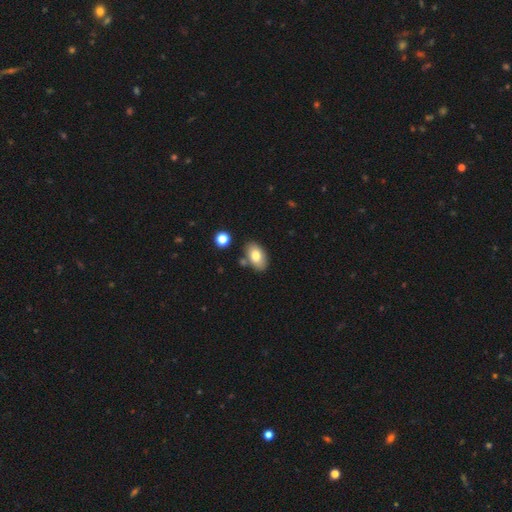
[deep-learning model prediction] Smooth or featured?
  - smooth: 79% *
  - featured or disk: 14%
  - star or artifact: 7%
How rounded?
  - in between: 92% *
  - round: 6%
  - cigar-shaped: 2%
Merging?
  - none: 77% *
  - minor disturbance: 12%
  - merger: 8%
  - major disturbance: 3%